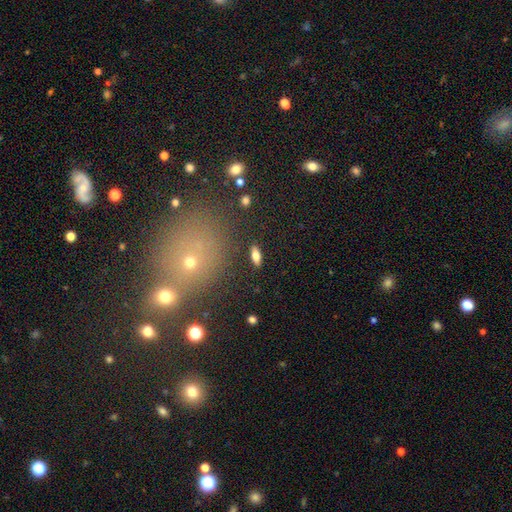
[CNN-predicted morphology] Smooth or featured? Predicted: smooth (p=0.73). How rounded? Predicted: in between (p=0.74). Merging? Predicted: none (p=0.88).